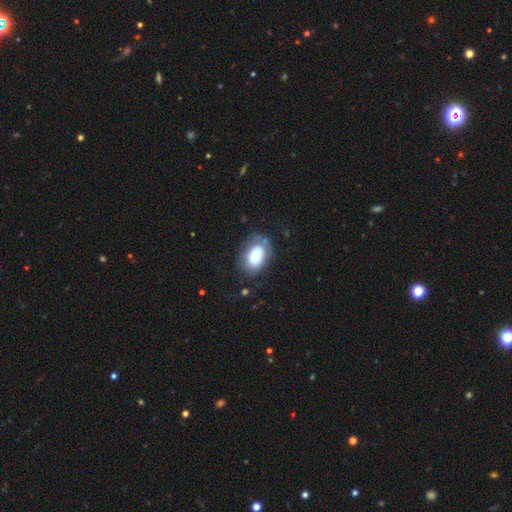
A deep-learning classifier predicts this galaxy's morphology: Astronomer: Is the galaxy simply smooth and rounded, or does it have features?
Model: smooth — 73%.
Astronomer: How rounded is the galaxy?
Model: in between — 85%.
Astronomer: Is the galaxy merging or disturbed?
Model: none — 58%.